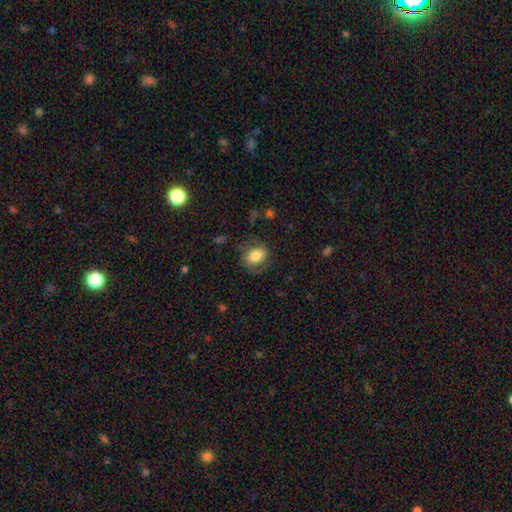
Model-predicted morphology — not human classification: A smooth galaxy with no disk features (78%) that is in between round and cigar-shaped (64%). Merging: none (72%).